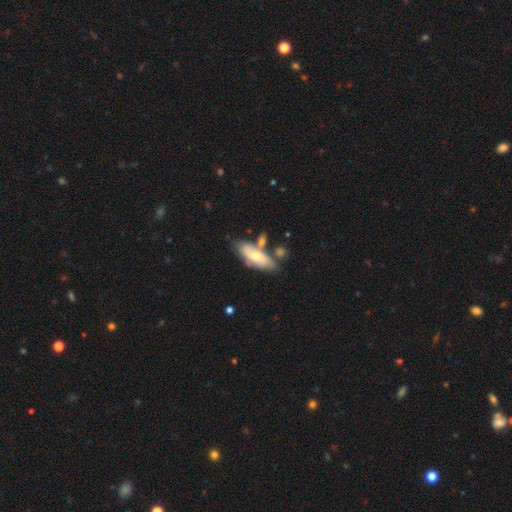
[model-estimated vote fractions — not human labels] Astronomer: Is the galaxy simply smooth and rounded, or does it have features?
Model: smooth — 59% (runner-up: featured or disk, 35%).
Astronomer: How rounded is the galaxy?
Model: in between — 67%.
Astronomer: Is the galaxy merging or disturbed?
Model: none — 56%.